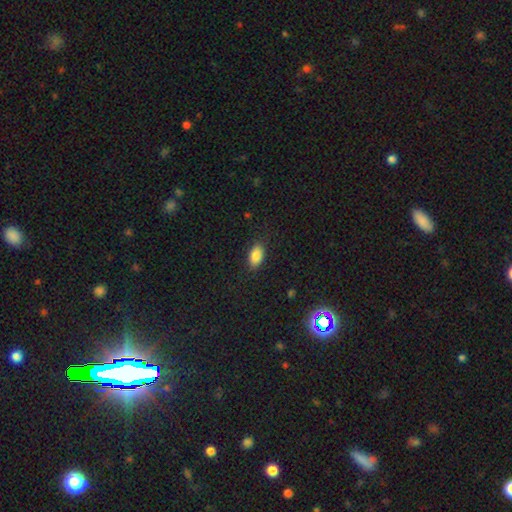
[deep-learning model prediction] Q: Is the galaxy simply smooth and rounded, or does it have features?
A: smooth — 86%.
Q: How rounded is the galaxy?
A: in between — 91%.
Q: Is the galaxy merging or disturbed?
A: none — 85%.